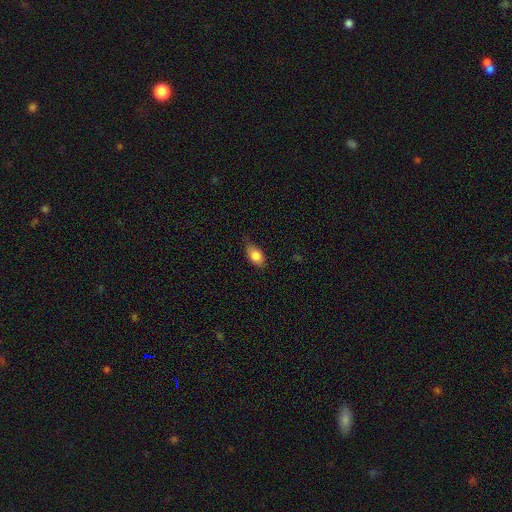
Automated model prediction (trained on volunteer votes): The model was most divided on "merging": none: 60%, minor disturbance: 32%, major disturbance: 7%, merger: 1%. More confident: how rounded — in between (88%); smooth or featured — smooth (85%).